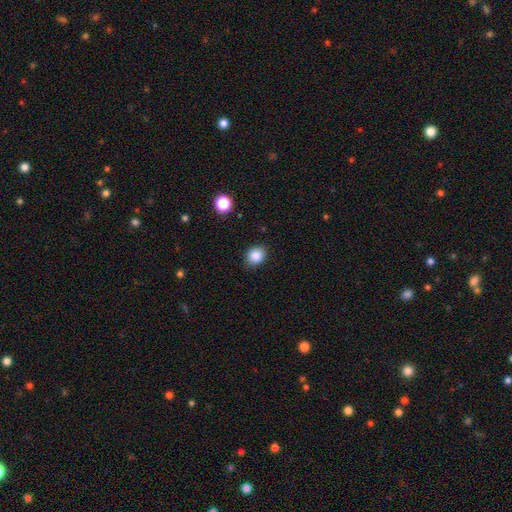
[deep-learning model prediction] Smooth or featured: smooth — 86% (star or artifact — 10%)
How rounded: round — 59% (in between — 40%)
Merging: none — 85% (minor disturbance — 11%)